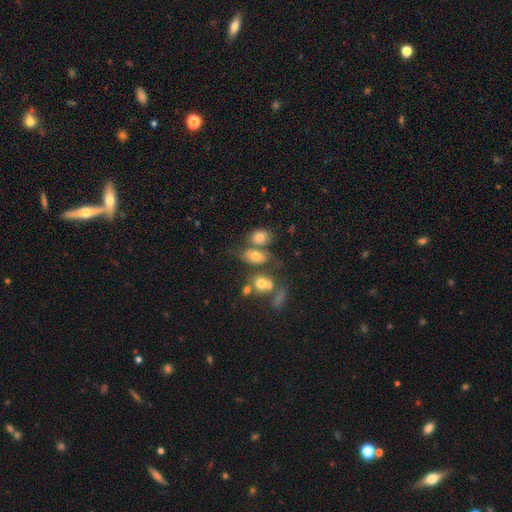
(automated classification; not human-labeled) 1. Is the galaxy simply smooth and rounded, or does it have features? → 64% smooth, 22% featured or disk, 14% star or artifact.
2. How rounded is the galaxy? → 75% in between, 22% round, 3% cigar-shaped.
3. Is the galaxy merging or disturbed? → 39% merger, 38% none, 14% minor disturbance, 9% major disturbance.